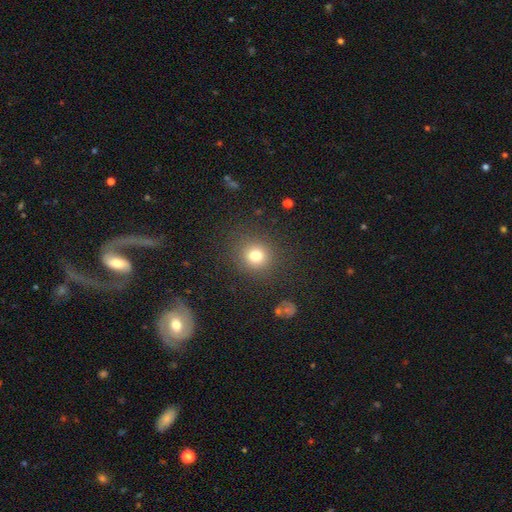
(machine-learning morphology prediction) Smooth or featured?
  - smooth: 78% *
  - star or artifact: 14%
  - featured or disk: 8%
How rounded?
  - round: 87% *
  - in between: 12%
  - cigar-shaped: 1%
Merging?
  - none: 86% *
  - minor disturbance: 8%
  - major disturbance: 4%
  - merger: 2%